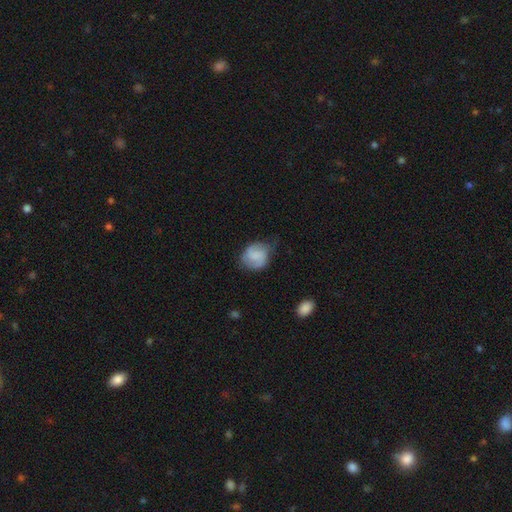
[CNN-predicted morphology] This appears to be a smooth galaxy with no disk features (54%) that is round (67%). Merging: none (56%).